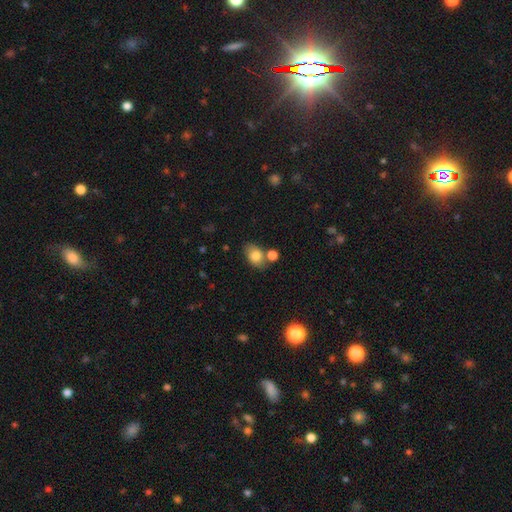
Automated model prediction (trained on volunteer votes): The model was most divided on "merging": none: 63%, merger: 18%, minor disturbance: 15%, major disturbance: 4%. More confident: smooth or featured — smooth (81%); how rounded — in between (75%).